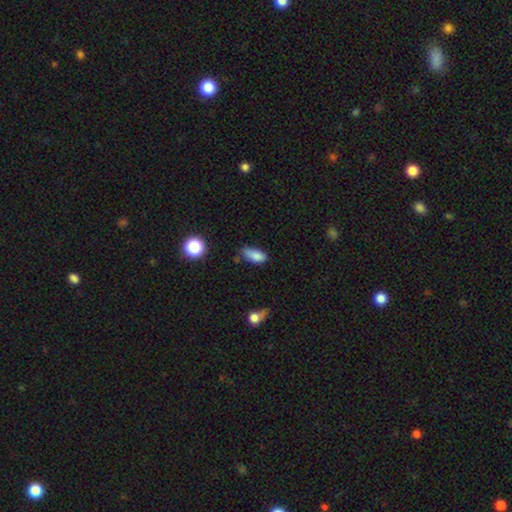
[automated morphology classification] smooth 83%, star or artifact 9%, featured or disk 8%. Down the decision tree: how rounded — in between (86%); merging — none (49%).